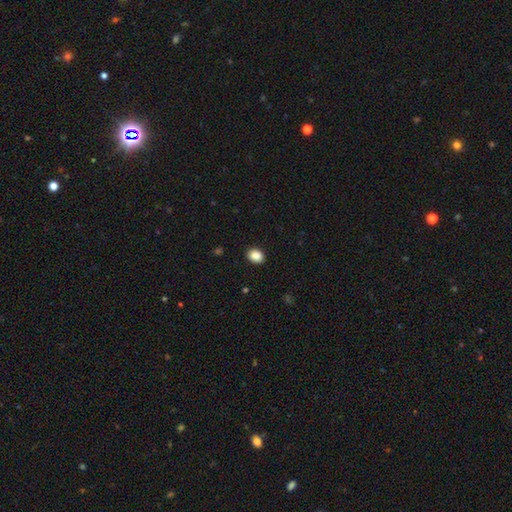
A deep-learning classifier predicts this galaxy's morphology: Smooth or featured? Predicted: smooth (p=0.89). How rounded? Predicted: in between (p=0.62). Merging? Predicted: none (p=0.90).